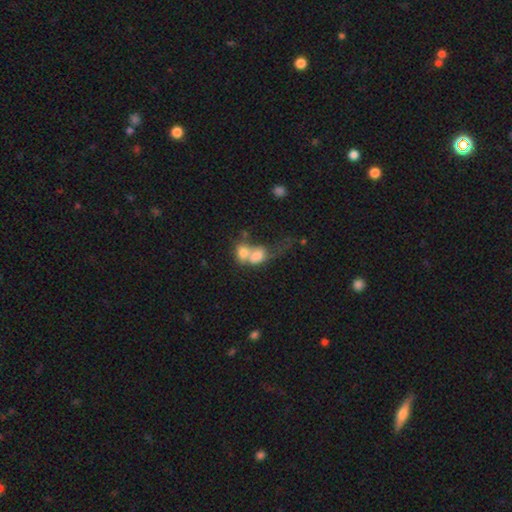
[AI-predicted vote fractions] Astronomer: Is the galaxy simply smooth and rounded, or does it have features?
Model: smooth — 68%.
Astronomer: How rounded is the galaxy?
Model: in between — 70%.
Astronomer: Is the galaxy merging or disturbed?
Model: merger — 74%.